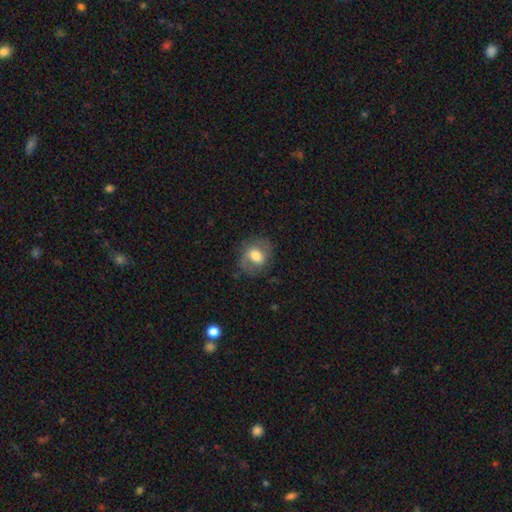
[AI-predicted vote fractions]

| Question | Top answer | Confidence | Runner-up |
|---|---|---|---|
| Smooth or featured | smooth | 57% | featured or disk (35%) |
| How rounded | round | 52% | in between (47%) |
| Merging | none | 72% | minor disturbance (18%) |